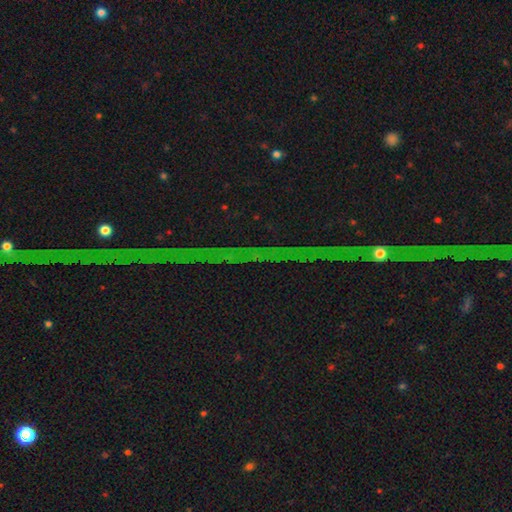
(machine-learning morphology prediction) smooth_or_featured: star or artifact (p=0.83) [alt: featured or disk p=0.11]